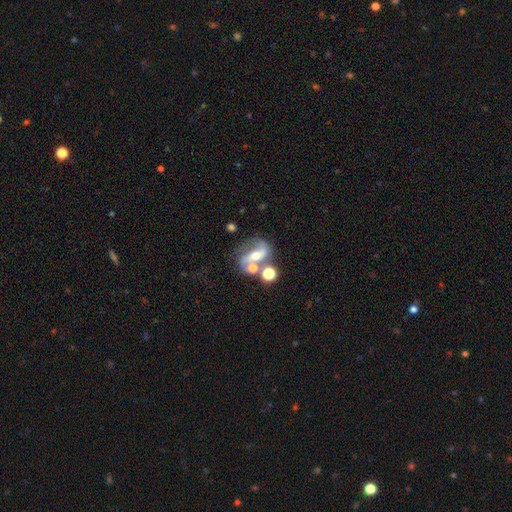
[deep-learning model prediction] Overall: featured or disk (67%). Edge-on disk: no (94%). Bar: strong (42%; no 31%). Spiral arms: yes (77%). Bulge size: moderate (61%; small 28%). Merging: none (44%; merger 28%).